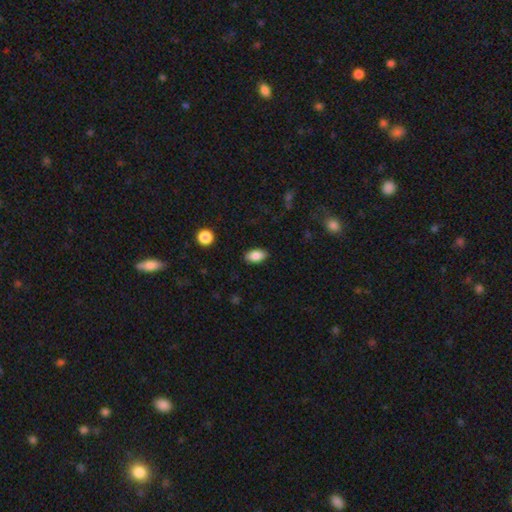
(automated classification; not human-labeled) smooth_or_featured: smooth (p=0.86) [alt: star or artifact p=0.08]
how_rounded: in between (p=0.91) [alt: round p=0.06]
merging: none (p=0.87) [alt: minor disturbance p=0.10]